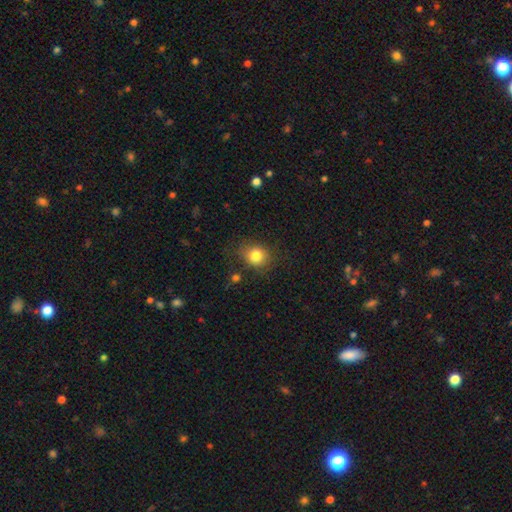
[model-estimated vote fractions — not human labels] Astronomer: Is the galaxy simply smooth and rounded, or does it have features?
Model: smooth — 81%.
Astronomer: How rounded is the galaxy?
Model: round — 70%.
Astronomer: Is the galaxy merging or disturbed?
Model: none — 79%.